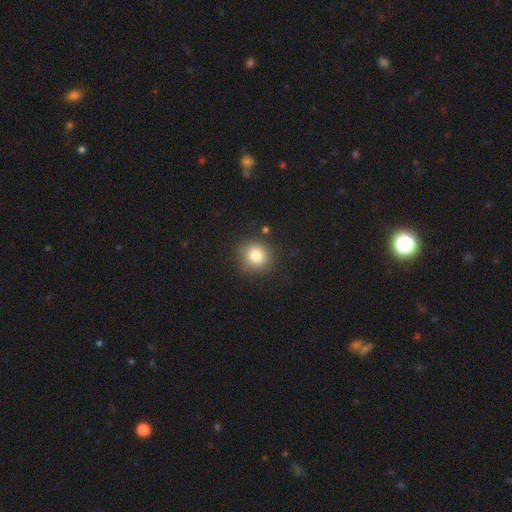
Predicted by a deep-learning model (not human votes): Smooth or featured?
  - smooth: 81% *
  - star or artifact: 11%
  - featured or disk: 7%
How rounded?
  - round: 90% *
  - in between: 9%
  - cigar-shaped: 1%
Merging?
  - none: 87% *
  - minor disturbance: 9%
  - major disturbance: 3%
  - merger: 2%